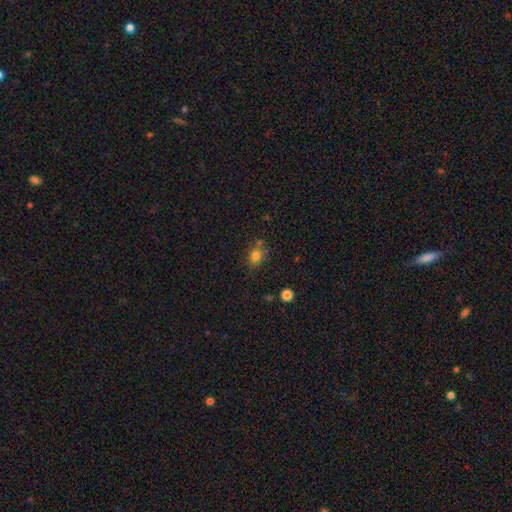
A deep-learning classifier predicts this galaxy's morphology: Q: Smooth or featured?
A: smooth (79%); runner-up: star or artifact (14%)
Q: How rounded?
A: round (61%); runner-up: in between (38%)
Q: Merging?
A: none (69%); runner-up: minor disturbance (16%)